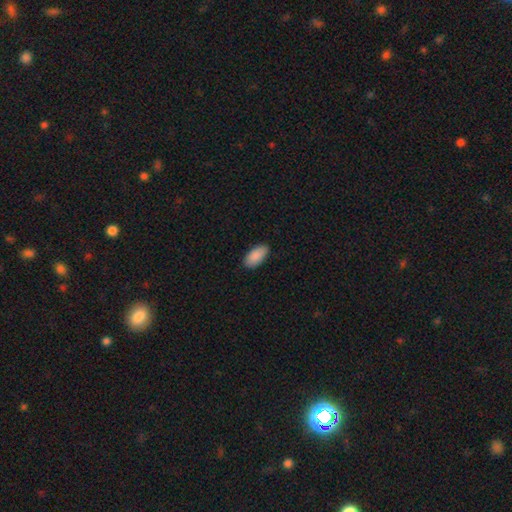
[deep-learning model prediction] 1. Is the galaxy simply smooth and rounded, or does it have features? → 90% smooth, 6% star or artifact, 4% featured or disk.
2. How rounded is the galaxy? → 94% in between, 4% cigar-shaped, 2% round.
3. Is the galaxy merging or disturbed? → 86% none, 11% minor disturbance, 2% major disturbance, 1% merger.